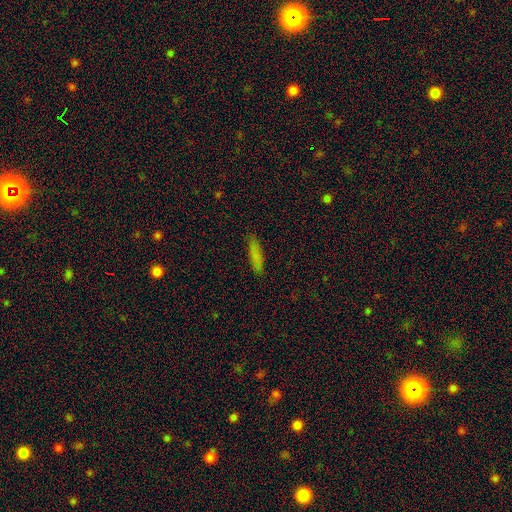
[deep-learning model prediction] This appears to be a smooth galaxy with no disk features (80%) that is cigar-shaped (77%). Merging: none (87%).